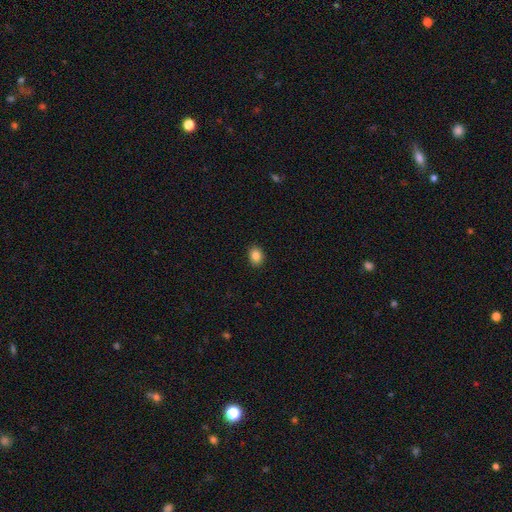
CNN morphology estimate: Smooth or featured? Predicted: smooth (p=0.86). How rounded? Predicted: in between (p=0.60). Merging? Predicted: none (p=0.90).